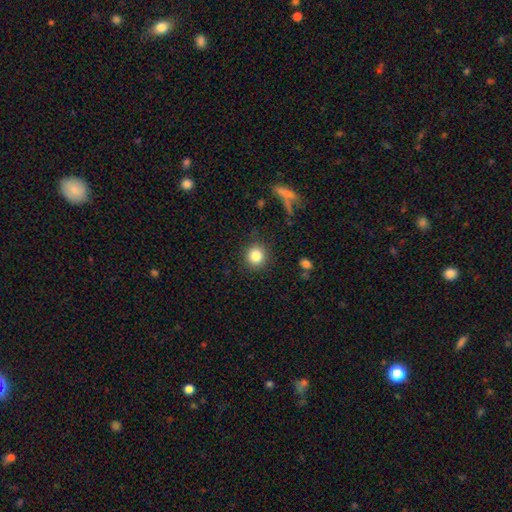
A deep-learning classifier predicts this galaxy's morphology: A smooth galaxy with no disk features (83%) that is round (90%).

Vote fractions:
- Smooth or featured? smooth: 83% / star or artifact: 11% / featured or disk: 6%
- How rounded? round: 90% / in between: 9% / cigar-shaped: 1%
- Merging? none: 89% / minor disturbance: 7% / major disturbance: 3% / merger: 1%